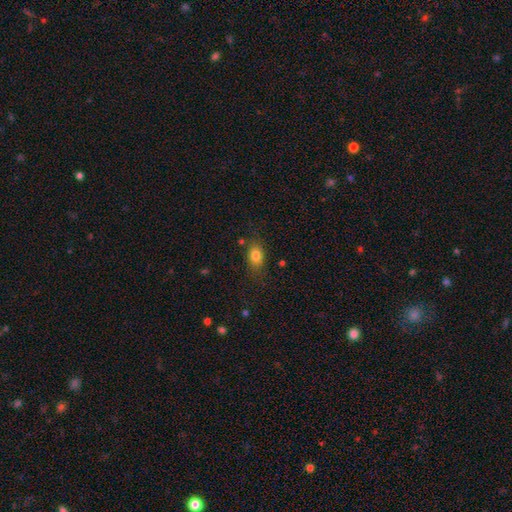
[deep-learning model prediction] This appears to be a smooth galaxy with no disk features (80%) that is in between round and cigar-shaped (79%). Merging: none (75%).